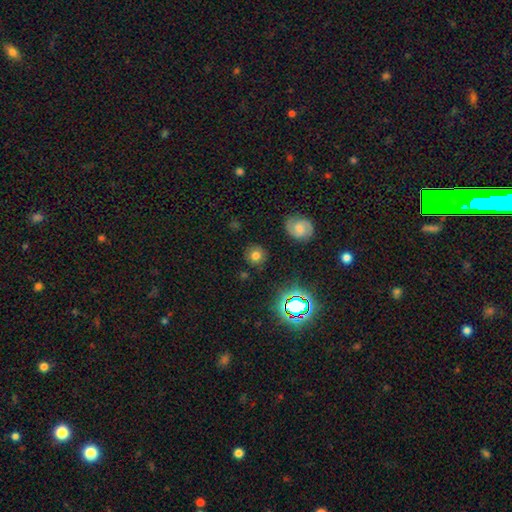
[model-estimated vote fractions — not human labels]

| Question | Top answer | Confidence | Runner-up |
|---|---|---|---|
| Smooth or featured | smooth | 71% | star or artifact (17%) |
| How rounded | round | 90% | in between (9%) |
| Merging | none | 85% | minor disturbance (9%) |